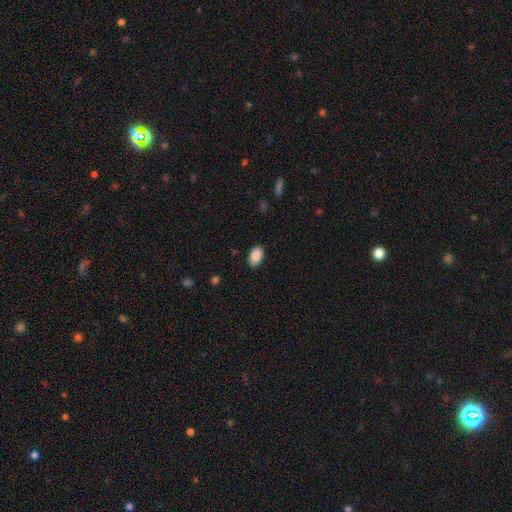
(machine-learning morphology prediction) type=smooth (89%); roundness=in between (94%); merging=none (88%).